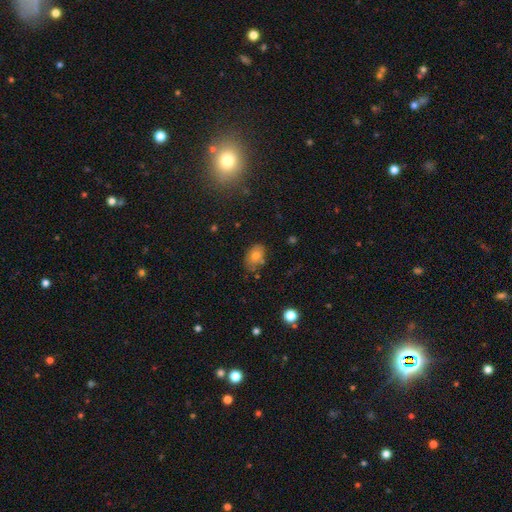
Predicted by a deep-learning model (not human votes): Smooth or featured?
  - smooth: 76% *
  - featured or disk: 13%
  - star or artifact: 11%
How rounded?
  - in between: 81% *
  - round: 18%
  - cigar-shaped: 1%
Merging?
  - none: 68% *
  - minor disturbance: 21%
  - merger: 6%
  - major disturbance: 5%